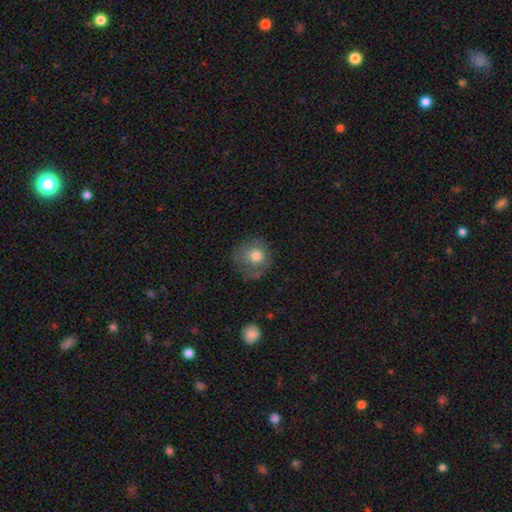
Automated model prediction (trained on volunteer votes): This appears to be a smooth galaxy with no disk features (72%) that is round (88%). Merging: none (64%).